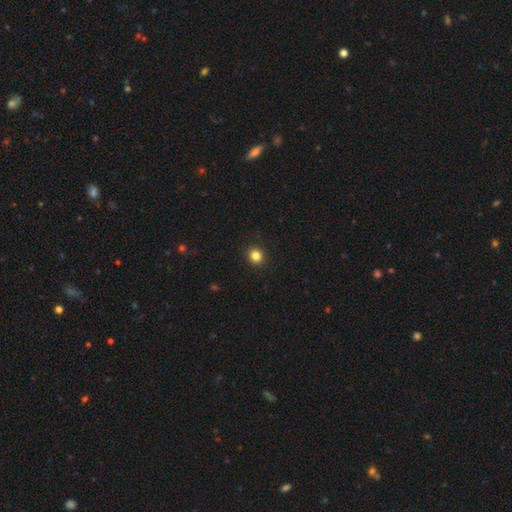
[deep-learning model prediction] smooth 83%, star or artifact 12%, featured or disk 5%. Down the decision tree: how rounded — round (89%); merging — none (93%).